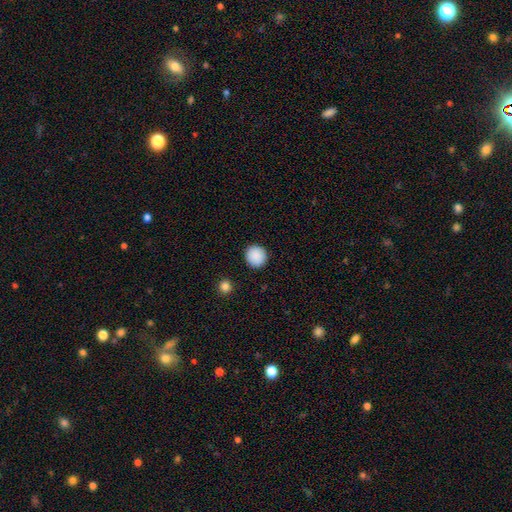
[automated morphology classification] smooth-or-featured: smooth: 89% | star or artifact: 8% | featured or disk: 2%
  how-rounded: round: 95% | in between: 4% | cigar-shaped: 1%
  merging: none: 93% | minor disturbance: 5% | major disturbance: 2% | merger: 1%